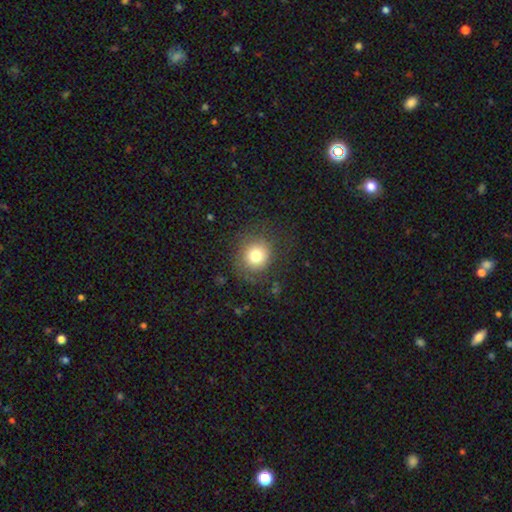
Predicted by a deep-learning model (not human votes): Smooth or featured? Predicted: smooth (p=0.75). How rounded? Predicted: round (p=0.87). Merging? Predicted: none (p=0.77).